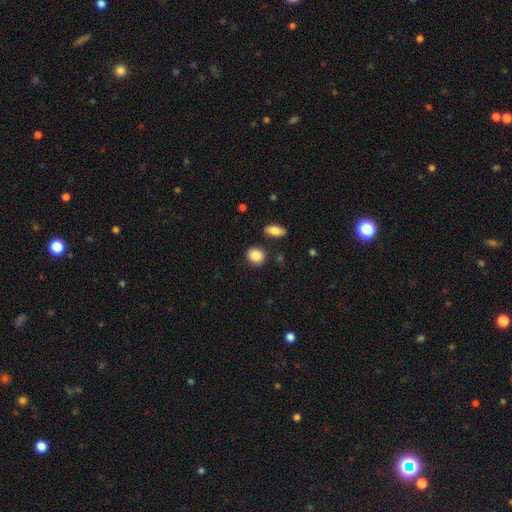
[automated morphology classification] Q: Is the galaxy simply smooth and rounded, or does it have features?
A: smooth — 86%.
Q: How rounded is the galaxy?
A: round — 76%.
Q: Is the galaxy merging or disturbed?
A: none — 83%.